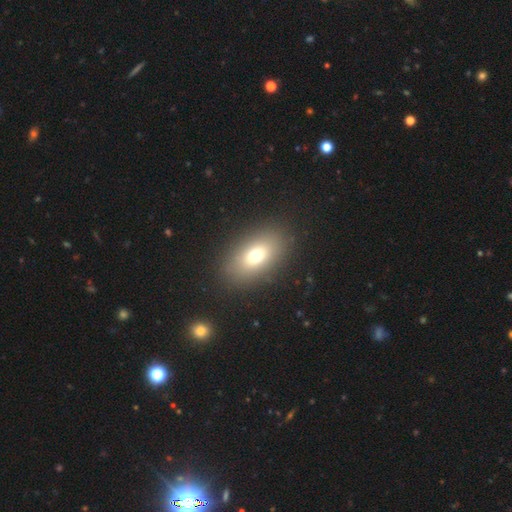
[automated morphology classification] type=smooth (71%); roundness=in between (85%); merging=none (86%).